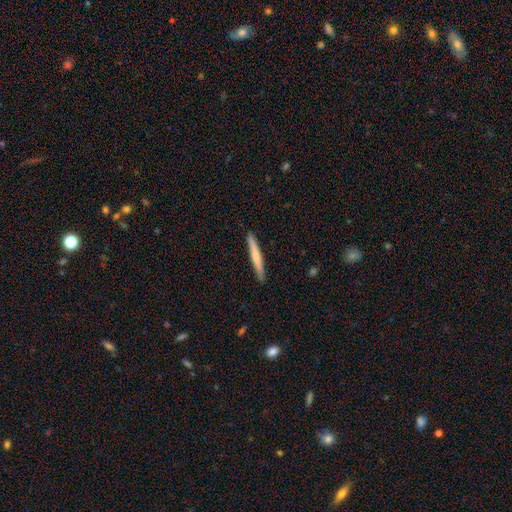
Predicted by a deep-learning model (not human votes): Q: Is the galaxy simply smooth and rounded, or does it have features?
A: smooth — 65%.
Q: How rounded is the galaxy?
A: cigar-shaped — 96%.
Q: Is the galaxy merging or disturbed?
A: none — 91%.